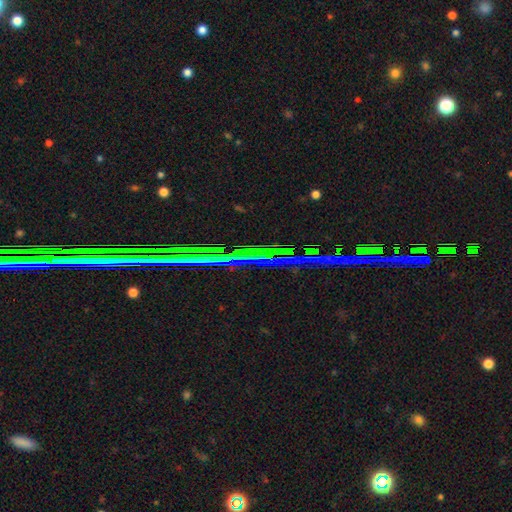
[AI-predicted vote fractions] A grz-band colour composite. It shows a star or artifact, not a galaxy (88%).